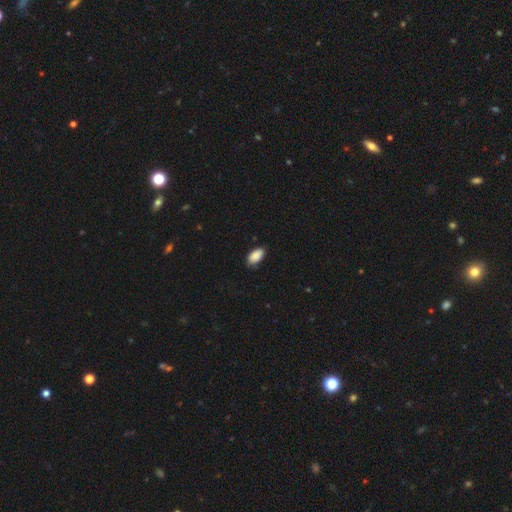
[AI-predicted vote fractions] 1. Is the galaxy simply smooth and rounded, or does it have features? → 90% smooth, 6% star or artifact, 4% featured or disk.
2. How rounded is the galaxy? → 95% in between, 3% round, 3% cigar-shaped.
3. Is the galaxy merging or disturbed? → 81% none, 15% minor disturbance, 2% major disturbance, 1% merger.